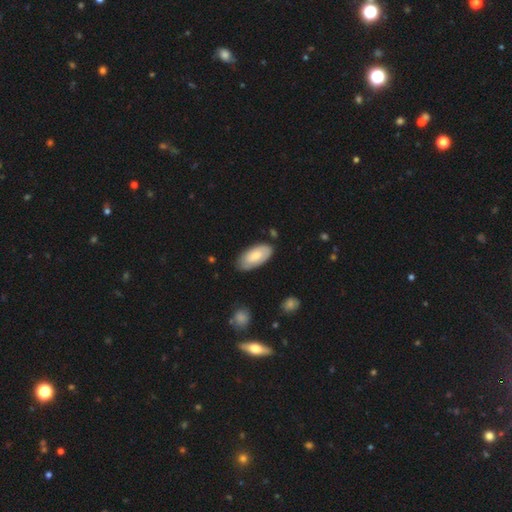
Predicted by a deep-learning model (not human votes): Q: Smooth or featured?
A: smooth (70%); runner-up: featured or disk (25%)
Q: How rounded?
A: in between (93%); runner-up: cigar-shaped (5%)
Q: Merging?
A: none (78%); runner-up: minor disturbance (17%)